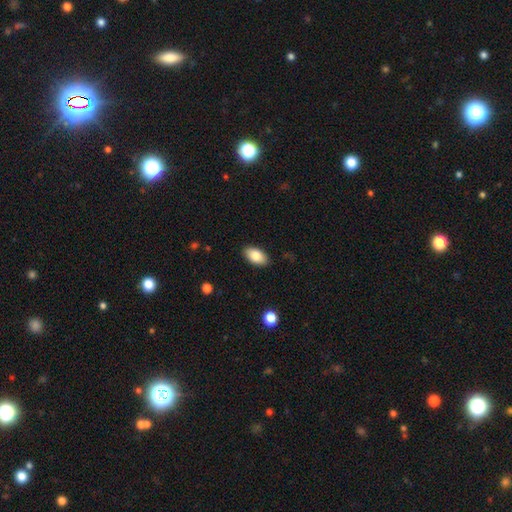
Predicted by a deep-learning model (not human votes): This appears to be a smooth galaxy with no disk features (82%) that is in between round and cigar-shaped (94%). Merging: none (89%).